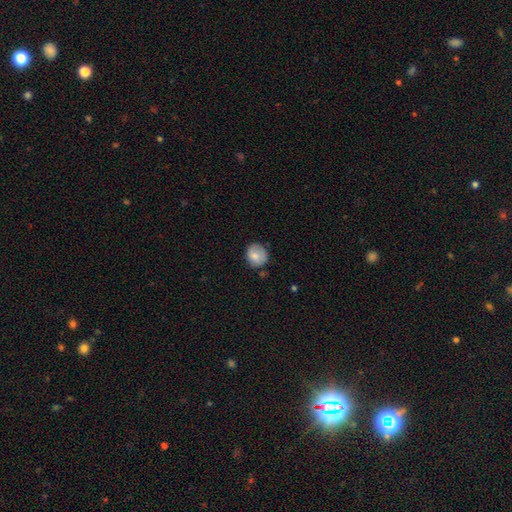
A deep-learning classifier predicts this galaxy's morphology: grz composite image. It shows a smooth galaxy with no disk features (78%) that is round (84%). Merging: none (70%).